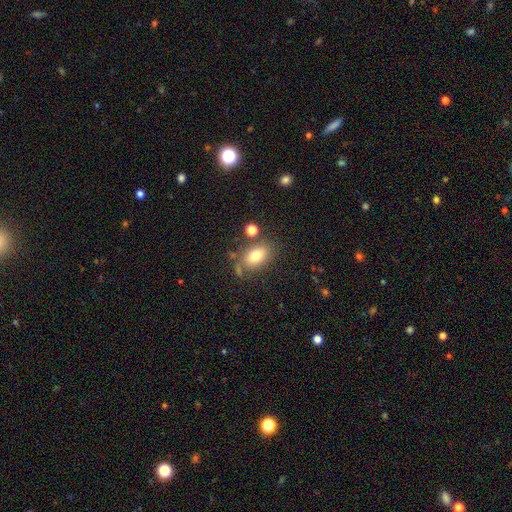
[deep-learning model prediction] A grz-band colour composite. It shows a smooth galaxy with no disk features (76%) that is in between round and cigar-shaped (82%). Merging: none (68%).